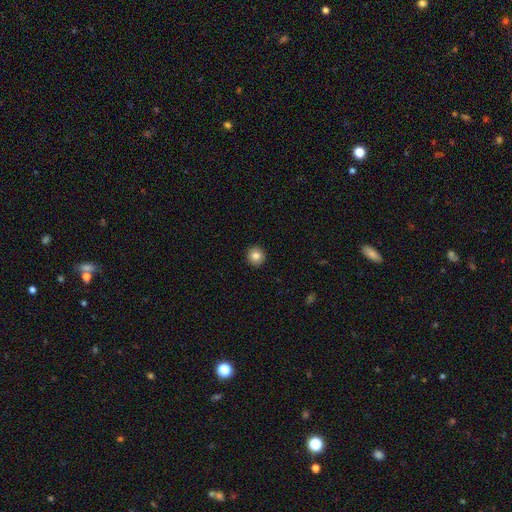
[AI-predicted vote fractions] Smooth or featured: smooth — 84% (star or artifact — 9%)
How rounded: round — 94% (in between — 5%)
Merging: none — 93% (minor disturbance — 5%)